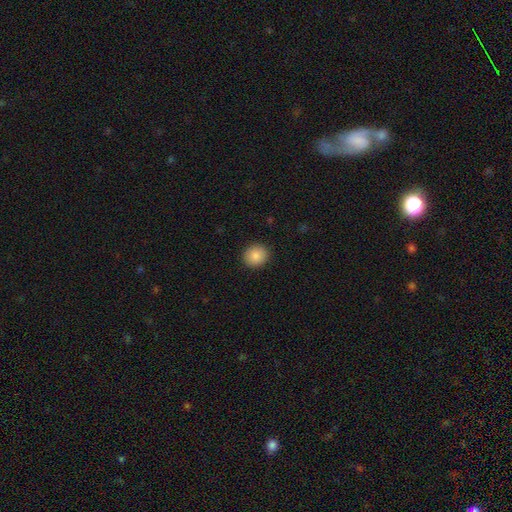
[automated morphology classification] Q: Smooth or featured?
A: smooth (87%); runner-up: star or artifact (9%)
Q: How rounded?
A: round (84%); runner-up: in between (15%)
Q: Merging?
A: none (91%); runner-up: minor disturbance (6%)